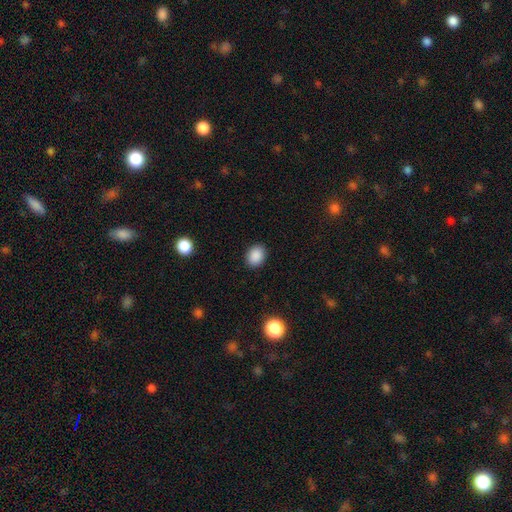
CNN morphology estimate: Smooth or featured?
  - smooth: 88% *
  - star or artifact: 9%
  - featured or disk: 3%
How rounded?
  - in between: 54% *
  - round: 45%
  - cigar-shaped: 1%
Merging?
  - none: 89% *
  - minor disturbance: 7%
  - major disturbance: 2%
  - merger: 1%